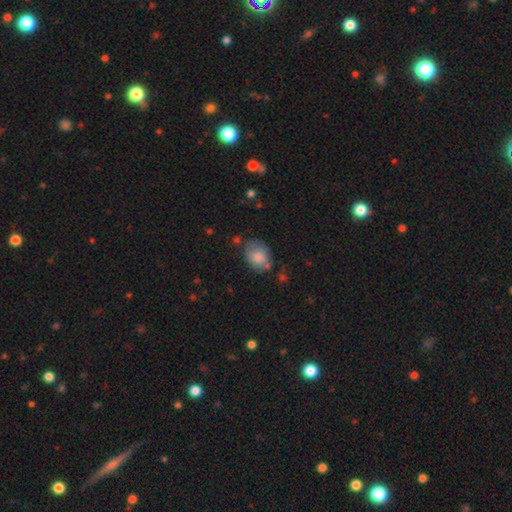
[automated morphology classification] Smooth or featured?
  - smooth: 80% *
  - featured or disk: 12%
  - star or artifact: 8%
How rounded?
  - in between: 60% *
  - round: 38%
  - cigar-shaped: 1%
Merging?
  - none: 59% *
  - minor disturbance: 25%
  - major disturbance: 8%
  - merger: 8%